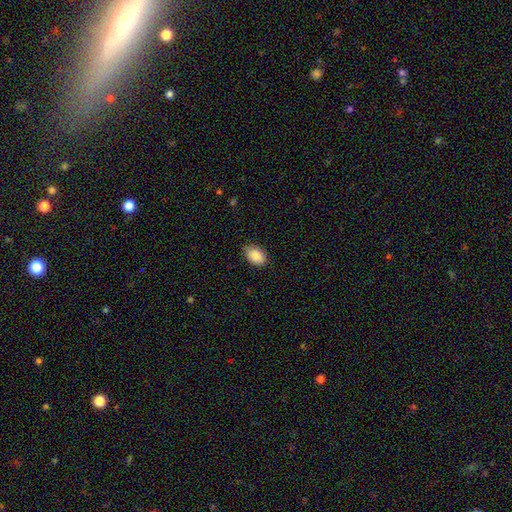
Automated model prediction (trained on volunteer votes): Smooth or featured?
  - smooth: 87% *
  - star or artifact: 7%
  - featured or disk: 6%
How rounded?
  - in between: 88% *
  - round: 11%
  - cigar-shaped: 1%
Merging?
  - none: 84% *
  - minor disturbance: 13%
  - major disturbance: 2%
  - merger: 1%